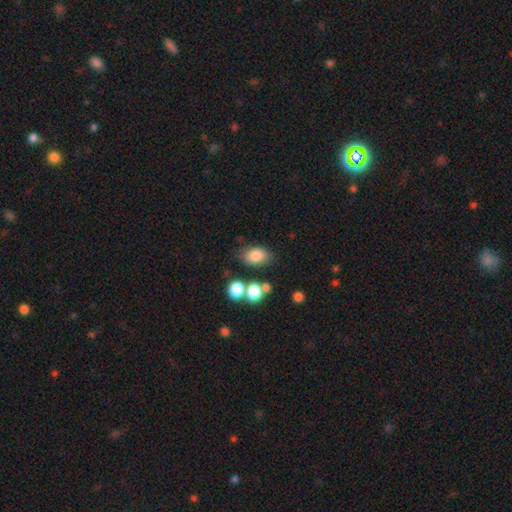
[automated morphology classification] Overall: smooth (82%). How rounded: in between (83%). Merging: none (70%).